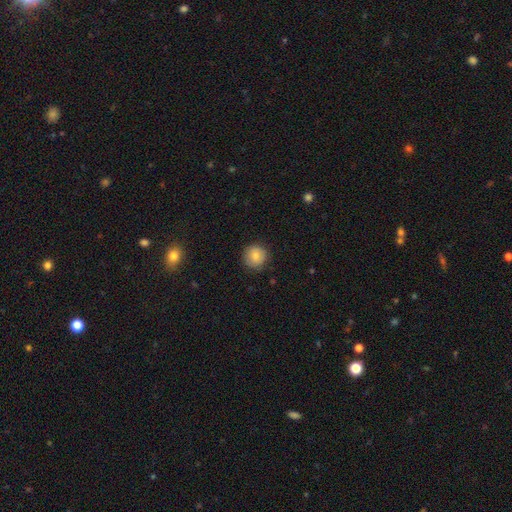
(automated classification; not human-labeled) Smooth or featured? Predicted: smooth (p=0.81). How rounded? Predicted: round (p=0.94). Merging? Predicted: none (p=0.87).